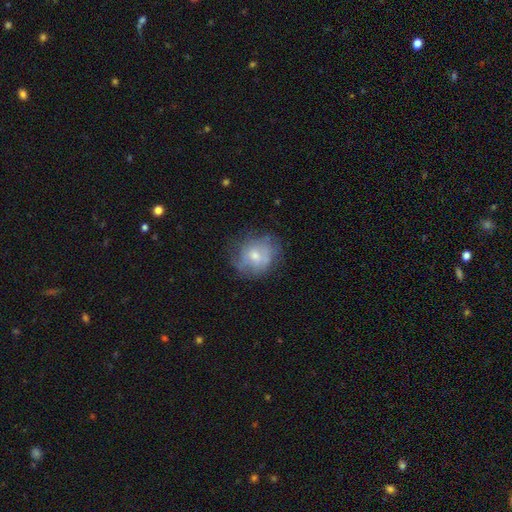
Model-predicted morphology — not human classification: type=smooth (47%); merging=none (57%).